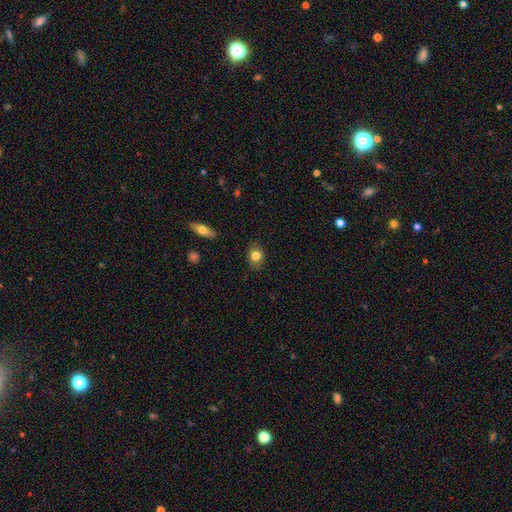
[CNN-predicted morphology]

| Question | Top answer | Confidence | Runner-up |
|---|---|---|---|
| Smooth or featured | smooth | 80% | featured or disk (10%) |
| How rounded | round | 50% | in between (48%) |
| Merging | none | 84% | minor disturbance (13%) |